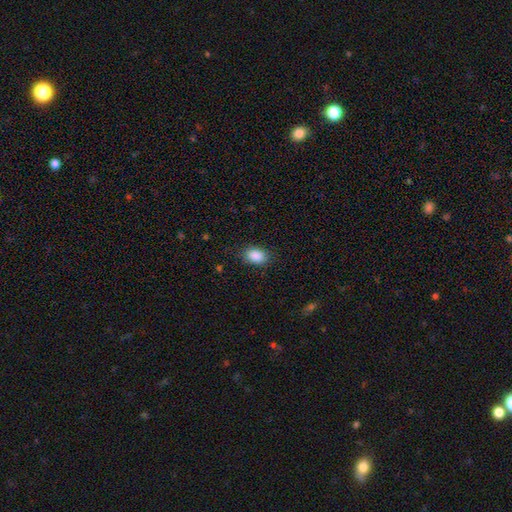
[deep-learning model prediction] A smooth galaxy with no disk features (89%) that is in between round and cigar-shaped (80%).

Vote fractions:
- Smooth or featured? smooth: 89% / star or artifact: 8% / featured or disk: 4%
- How rounded? in between: 80% / round: 18% / cigar-shaped: 1%
- Merging? none: 82% / minor disturbance: 13% / major disturbance: 4% / merger: 1%